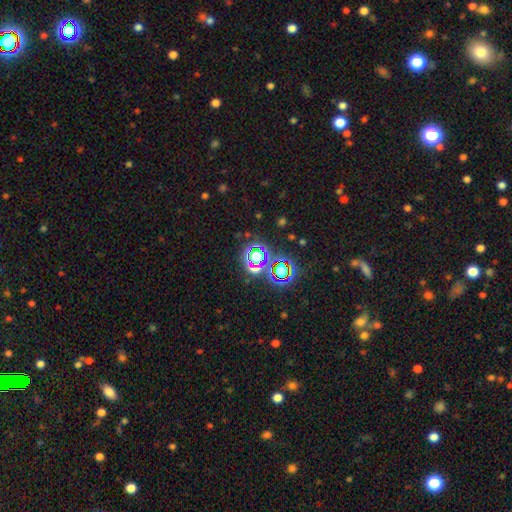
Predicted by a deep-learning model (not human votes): This is likely a star or artifact rather than a galaxy (67%).